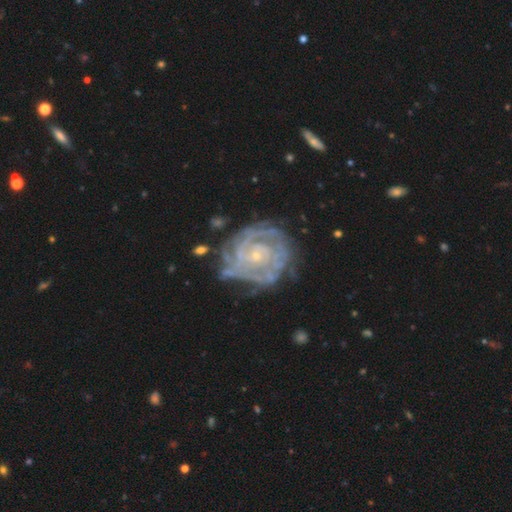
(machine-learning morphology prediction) A featured or disk galaxy (87%) with no bar (74%), tight (79%) spiral arms (94%) and a small central bulge (82%).

Vote fractions:
- Smooth or featured? featured or disk: 87% / smooth: 7% / star or artifact: 6%
- Edge-on disk? no: 98% / yes: 2%
- Bar? no: 74% / weak: 20% / strong: 6%
- Spiral arms? yes: 94% / no: 6%
- Spiral winding? tight: 79% / medium: 17% / loose: 4%
- Spiral arm count? can't tell: 34% / 2: 19% / 3: 18% / 4: 15% / more than 4: 8% / 1: 6%
- Bulge size? small: 82% / moderate: 14% / none: 2% / large: 1% / dominant: 1%
- Merging? none: 66% / minor disturbance: 21% / major disturbance: 10% / merger: 3%